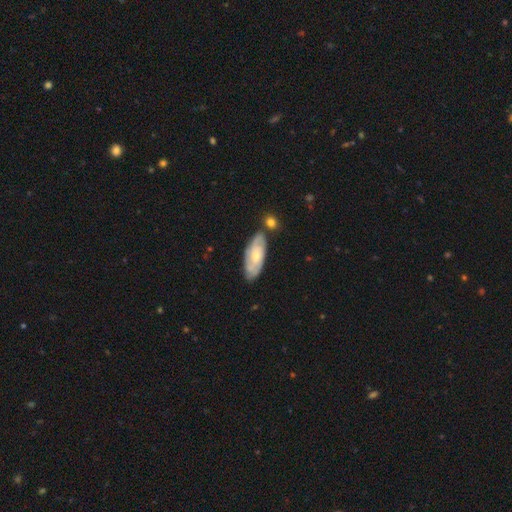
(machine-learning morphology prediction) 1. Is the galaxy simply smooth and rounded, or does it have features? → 67% featured or disk, 28% smooth, 5% star or artifact.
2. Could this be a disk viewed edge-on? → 89% no, 11% yes.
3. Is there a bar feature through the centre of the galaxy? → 70% no, 26% weak, 4% strong.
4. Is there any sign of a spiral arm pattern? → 88% yes, 12% no.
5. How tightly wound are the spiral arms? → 62% tight, 30% medium, 8% loose.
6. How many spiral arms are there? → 41% can't tell, 30% 2, 16% 3, 7% 4, 3% 1, 3% more than 4.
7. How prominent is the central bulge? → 48% small, 47% moderate, 2% large, 2% none, 1% dominant.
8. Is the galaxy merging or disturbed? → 72% none, 16% minor disturbance, 8% merger, 3% major disturbance.